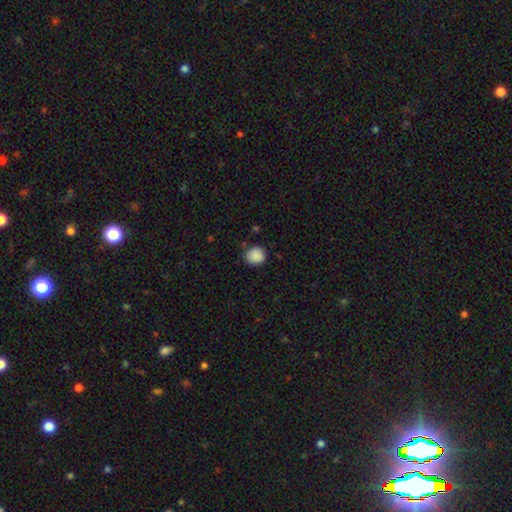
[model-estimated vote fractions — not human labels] smooth_or_featured: smooth (p=0.88) [alt: star or artifact p=0.08]
how_rounded: round (p=0.81) [alt: in between p=0.18]
merging: none (p=0.76) [alt: minor disturbance p=0.19]